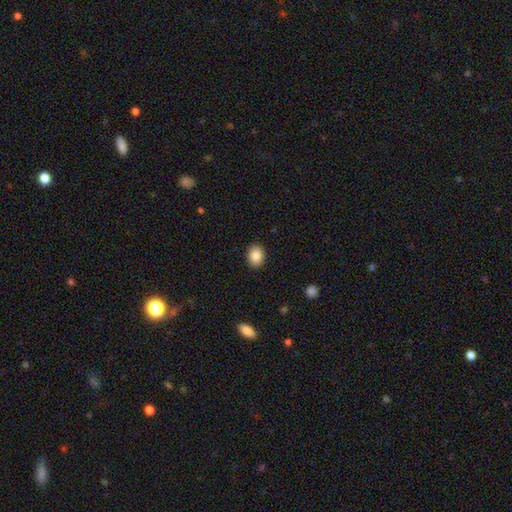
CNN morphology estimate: Smooth or featured? Predicted: smooth (p=0.86). How rounded? Predicted: in between (p=0.53). Merging? Predicted: none (p=0.90).